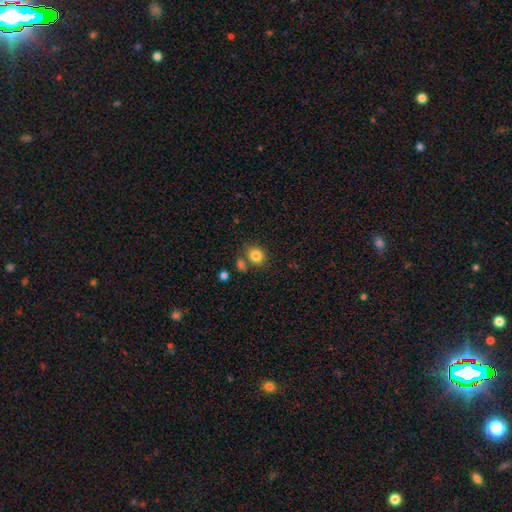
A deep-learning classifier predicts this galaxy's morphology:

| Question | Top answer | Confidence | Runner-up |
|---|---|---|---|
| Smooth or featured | smooth | 83% | star or artifact (10%) |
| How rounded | round | 60% | in between (39%) |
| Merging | none | 69% | merger (14%) |